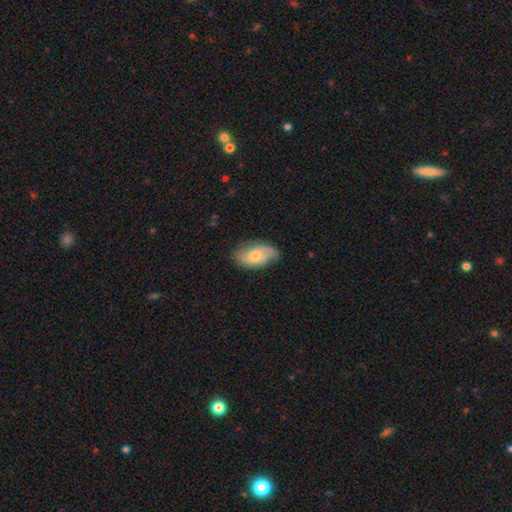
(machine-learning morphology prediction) Smooth or featured? smooth (55%)
How rounded? in between (92%)
Merging? none (65%)